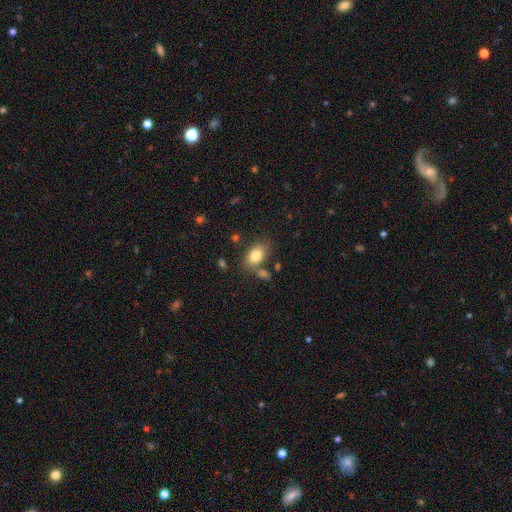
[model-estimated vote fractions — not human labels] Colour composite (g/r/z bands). It shows a smooth galaxy with no disk features (81%) that is in between round and cigar-shaped (89%). Merging: none (67%).